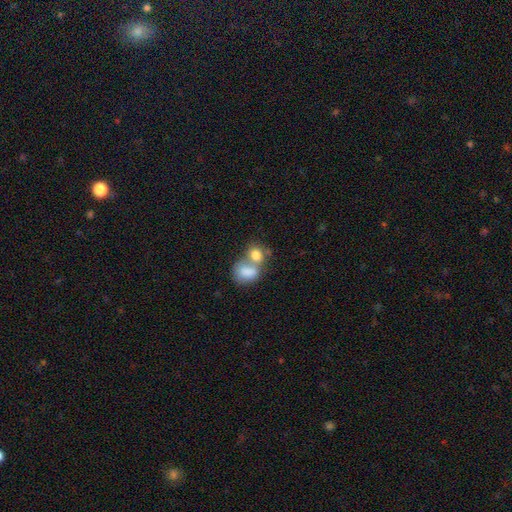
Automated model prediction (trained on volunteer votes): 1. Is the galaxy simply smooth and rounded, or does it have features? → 79% smooth, 13% featured or disk, 8% star or artifact.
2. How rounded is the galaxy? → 58% in between, 41% round, 1% cigar-shaped.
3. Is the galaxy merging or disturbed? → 64% merger, 24% none, 7% minor disturbance, 5% major disturbance.